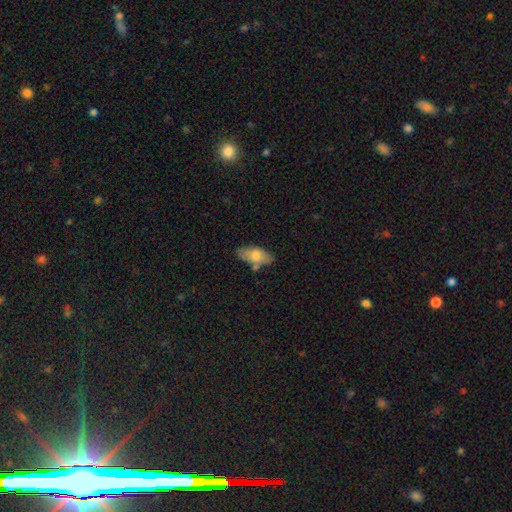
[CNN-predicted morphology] Smooth or featured? Predicted: smooth (p=0.70). How rounded? Predicted: in between (p=0.88). Merging? Predicted: none (p=0.70).